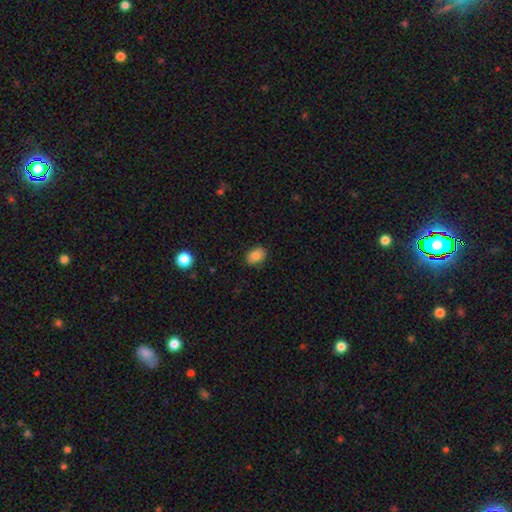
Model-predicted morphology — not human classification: Smooth or featured? smooth (83%)
How rounded? in between (66%)
Merging? none (84%)